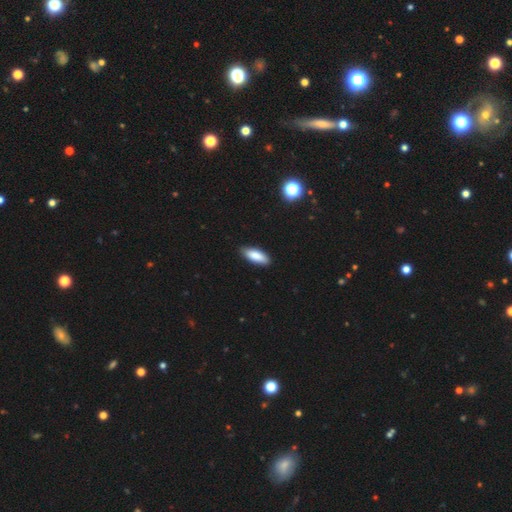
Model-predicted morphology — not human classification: Smooth or featured? Predicted: smooth (p=0.86). How rounded? Predicted: in between (p=0.73). Merging? Predicted: none (p=0.88).